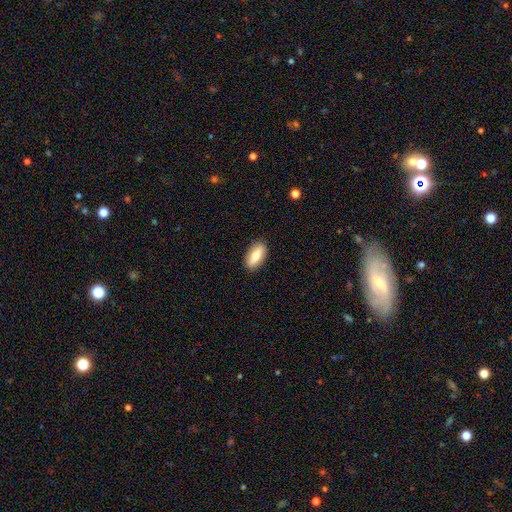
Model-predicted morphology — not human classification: A smooth galaxy with no disk features (77%) that is in between round and cigar-shaped (87%).

Vote fractions:
- Smooth or featured? smooth: 77% / featured or disk: 17% / star or artifact: 6%
- How rounded? in between: 87% / cigar-shaped: 10% / round: 3%
- Merging? none: 88% / minor disturbance: 9% / major disturbance: 2% / merger: 1%